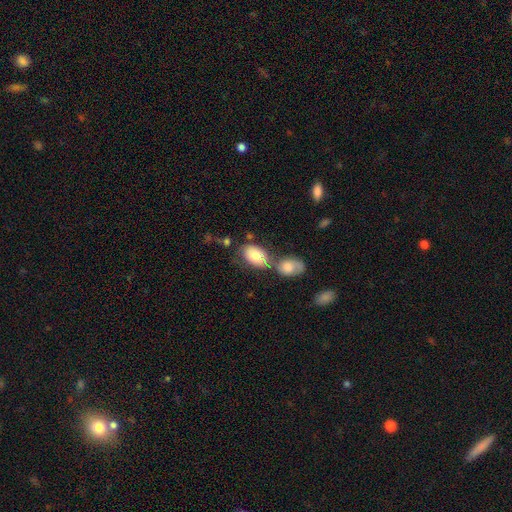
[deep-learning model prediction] A smooth galaxy with no disk features (78%) that is in between round and cigar-shaped (89%). Merging: merger (40%).